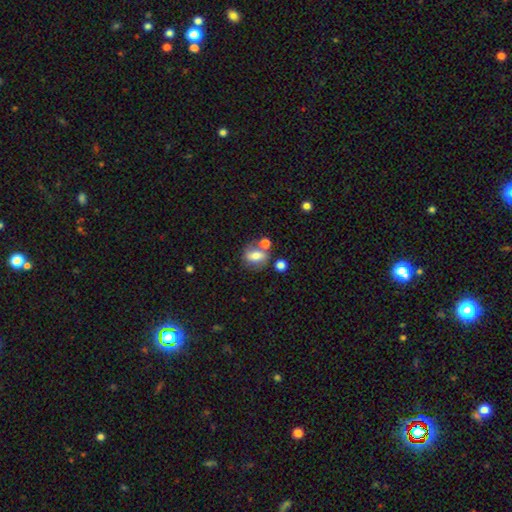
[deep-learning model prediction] Smooth or featured? smooth (62%)
How rounded? in between (60%)
Merging? none (54%)